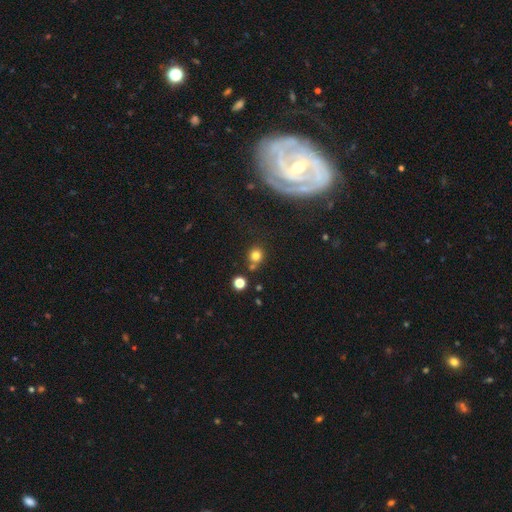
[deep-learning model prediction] Overall: smooth (77%). How rounded: round (87%). Merging: none (67%).